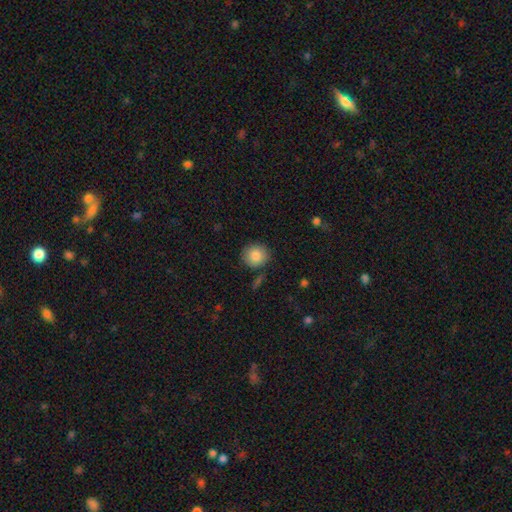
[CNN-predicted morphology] smooth_or_featured: smooth (p=0.86) [alt: star or artifact p=0.08]
how_rounded: round (p=0.87) [alt: in between p=0.12]
merging: none (p=0.84) [alt: minor disturbance p=0.10]